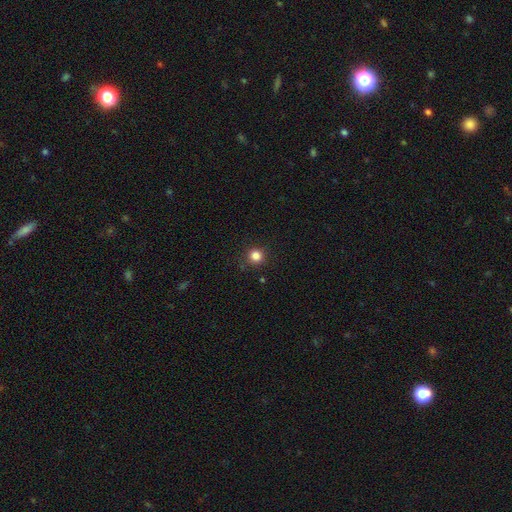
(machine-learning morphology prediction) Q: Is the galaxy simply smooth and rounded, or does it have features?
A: smooth — 83%.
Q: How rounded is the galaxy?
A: round — 94%.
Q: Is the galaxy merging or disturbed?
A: none — 89%.